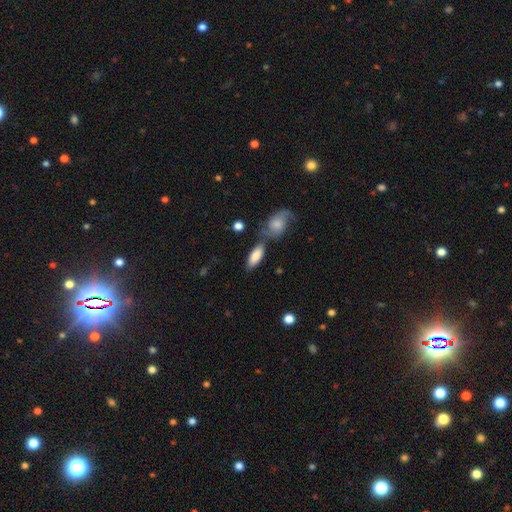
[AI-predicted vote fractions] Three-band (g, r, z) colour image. It shows a smooth galaxy with no disk features (80%) that is in between round and cigar-shaped (81%). Merging: none (60%).